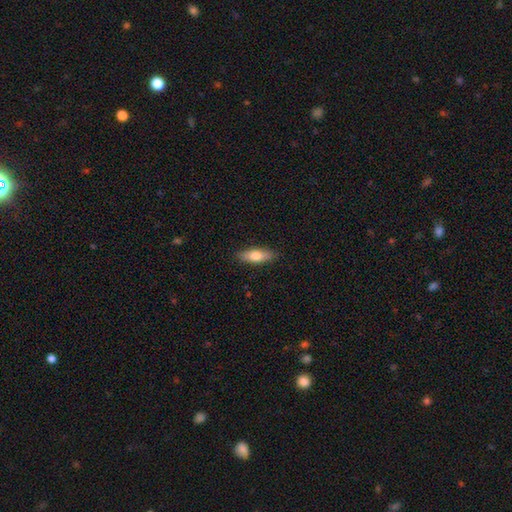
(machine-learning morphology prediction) Smooth or featured? Predicted: smooth (p=0.73). How rounded? Predicted: in between (p=0.60). Merging? Predicted: none (p=0.88).